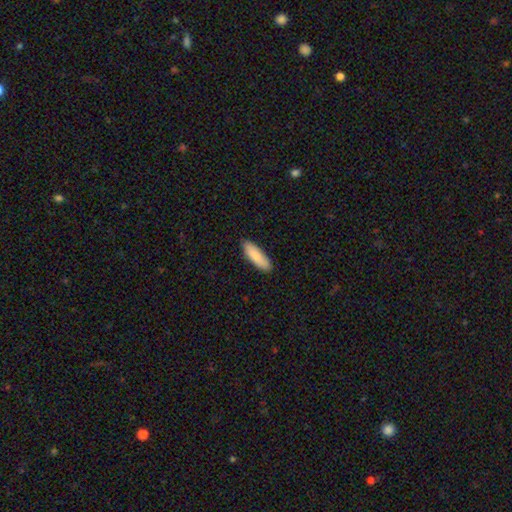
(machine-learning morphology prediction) smooth-or-featured: smooth: 86% | featured or disk: 8% | star or artifact: 5%
  how-rounded: in between: 54% | cigar-shaped: 44% | round: 2%
  merging: none: 87% | minor disturbance: 10% | major disturbance: 2% | merger: 1%